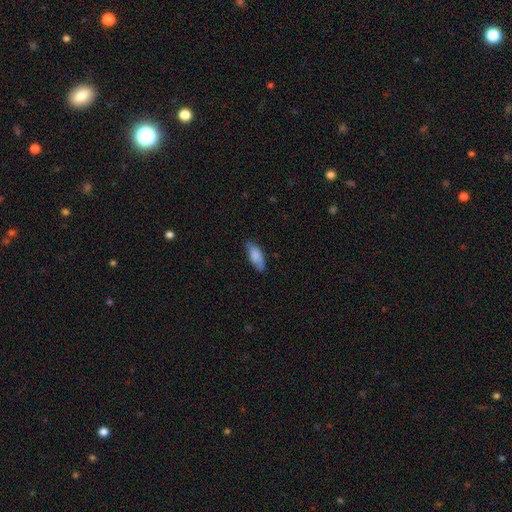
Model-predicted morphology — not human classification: Smooth or featured: smooth — 81% (featured or disk — 13%)
How rounded: in between — 80% (cigar-shaped — 18%)
Merging: none — 69% (minor disturbance — 24%)